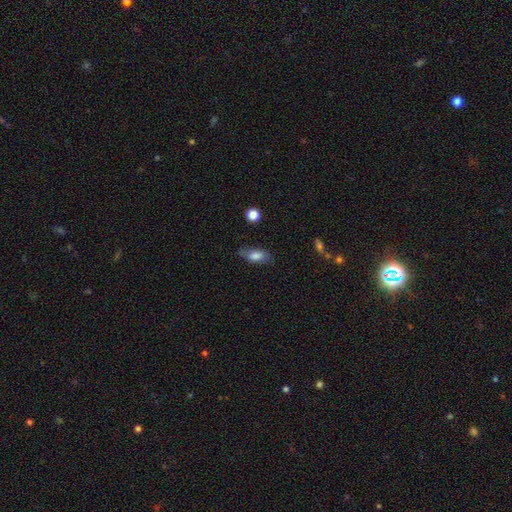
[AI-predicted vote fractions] A smooth galaxy with no disk features (78%) that is in between round and cigar-shaped (84%). Merging: none (68%).